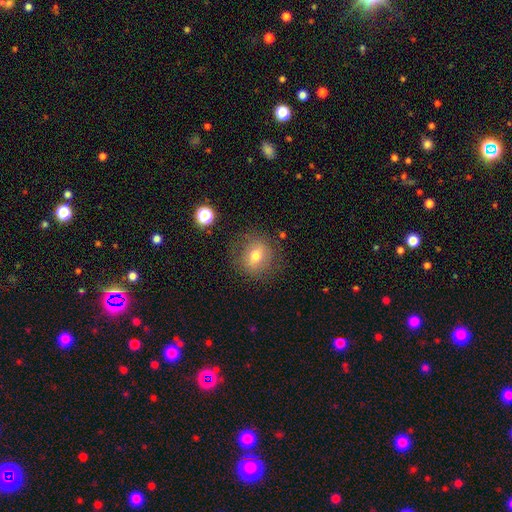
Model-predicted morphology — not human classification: type=smooth (61%); roundness=round (77%); merging=none (80%).